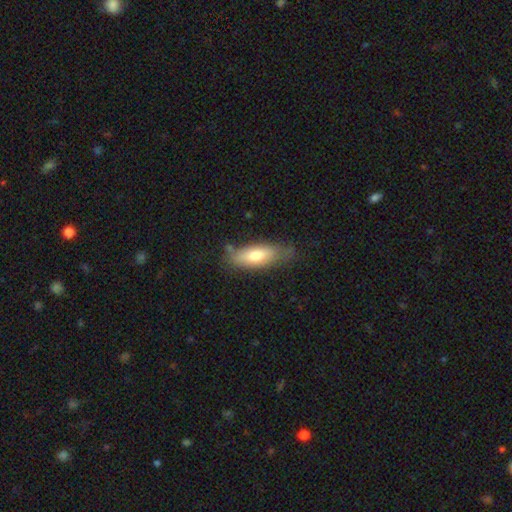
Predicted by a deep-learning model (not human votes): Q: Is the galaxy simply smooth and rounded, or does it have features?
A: smooth — 69%.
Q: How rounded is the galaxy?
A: in between — 66%.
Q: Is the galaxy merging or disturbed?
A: none — 63%.